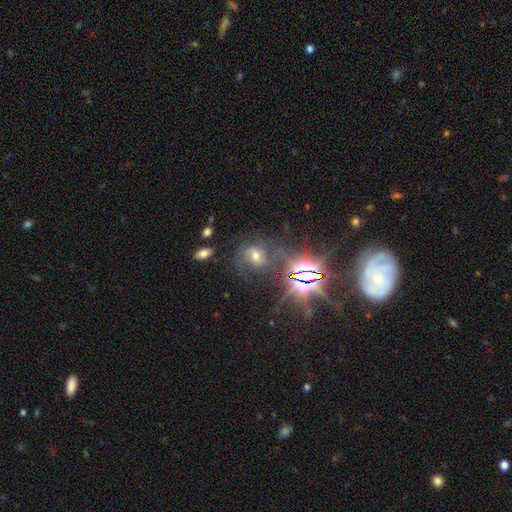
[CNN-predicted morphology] Smooth or featured? star or artifact (51%)